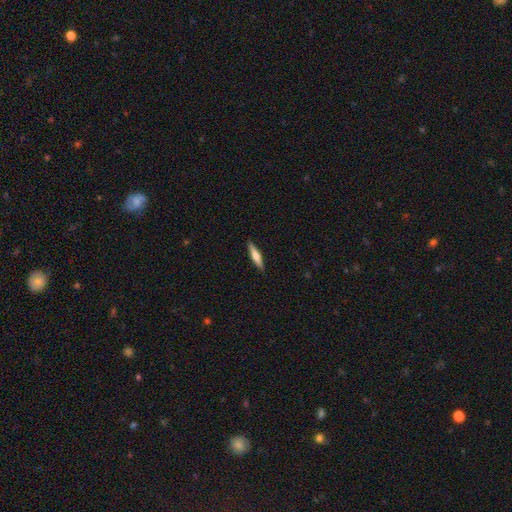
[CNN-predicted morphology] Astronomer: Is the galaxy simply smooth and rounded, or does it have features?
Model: smooth — 53% (runner-up: featured or disk, 41%).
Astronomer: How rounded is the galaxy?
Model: cigar-shaped — 83%.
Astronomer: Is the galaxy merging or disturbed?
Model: none — 90%.